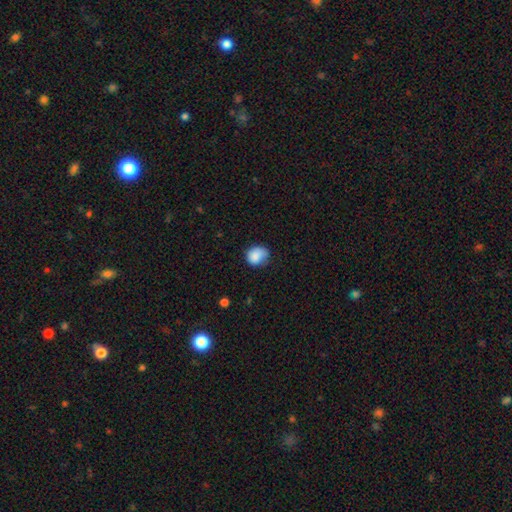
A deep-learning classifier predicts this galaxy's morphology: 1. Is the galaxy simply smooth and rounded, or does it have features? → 85% smooth, 8% star or artifact, 7% featured or disk.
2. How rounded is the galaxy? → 63% round, 37% in between, 1% cigar-shaped.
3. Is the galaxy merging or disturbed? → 57% none, 33% minor disturbance, 9% major disturbance, 2% merger.